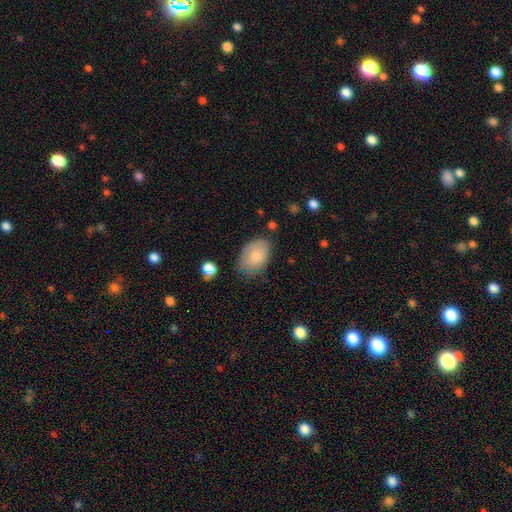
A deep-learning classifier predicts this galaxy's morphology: type=smooth (77%); roundness=in between (88%); merging=none (67%).